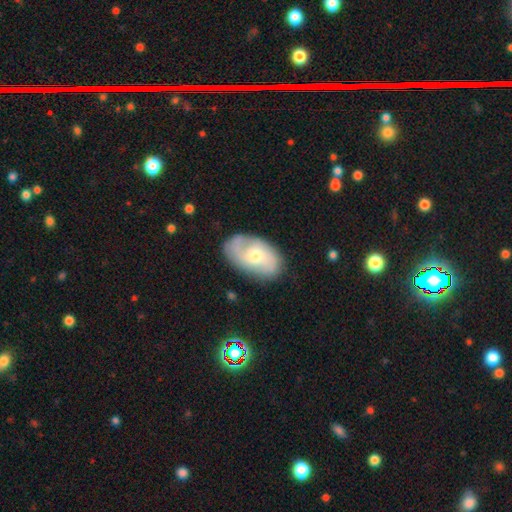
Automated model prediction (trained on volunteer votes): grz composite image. It shows a featured or disk galaxy (66%) with no bar (61%), 2 (60%) medium (42%) spiral arms (86%) and a moderate central bulge (54%). Merging: none (77%).